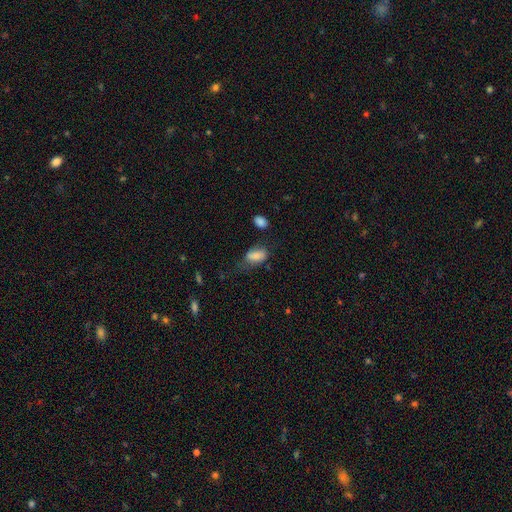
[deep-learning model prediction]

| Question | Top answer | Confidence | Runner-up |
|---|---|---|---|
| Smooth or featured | smooth | 81% | featured or disk (11%) |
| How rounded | in between | 90% | round (6%) |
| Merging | none | 44% | minor disturbance (31%) |